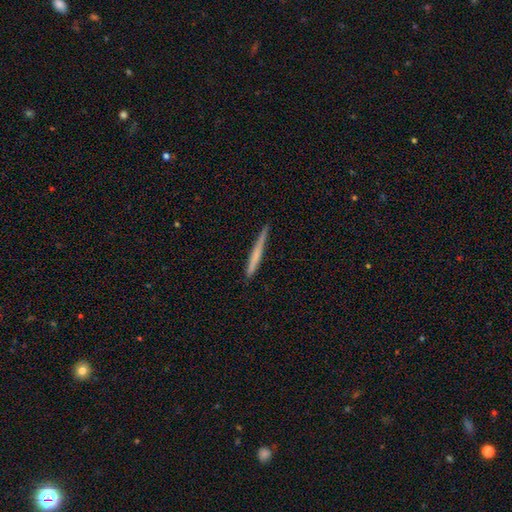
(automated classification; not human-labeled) smooth_or_featured: smooth (p=0.58) [alt: featured or disk p=0.37]
how_rounded: cigar-shaped (p=0.97) [alt: in between p=0.02]
merging: none (p=0.87) [alt: minor disturbance p=0.10]